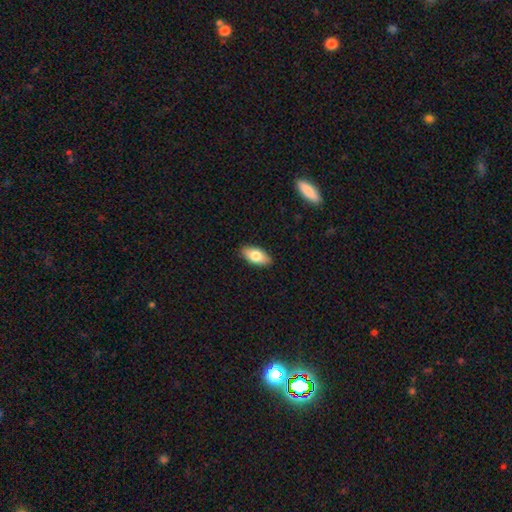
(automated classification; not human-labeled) Smooth or featured?
  - smooth: 77% *
  - featured or disk: 16%
  - star or artifact: 6%
How rounded?
  - in between: 90% *
  - cigar-shaped: 7%
  - round: 3%
Merging?
  - none: 89% *
  - minor disturbance: 8%
  - major disturbance: 2%
  - merger: 1%